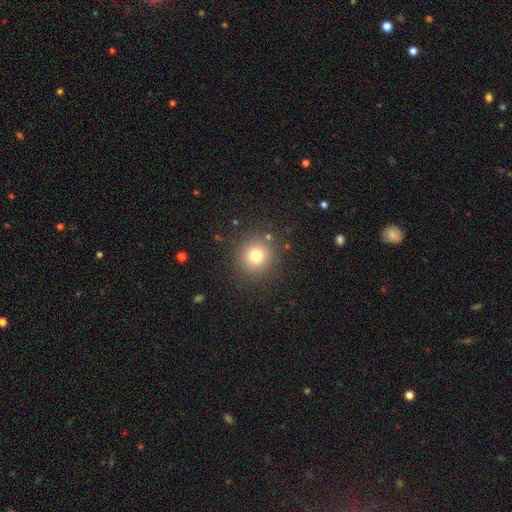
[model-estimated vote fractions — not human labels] Smooth or featured? Predicted: smooth (p=0.76). How rounded? Predicted: round (p=0.93). Merging? Predicted: none (p=0.88).